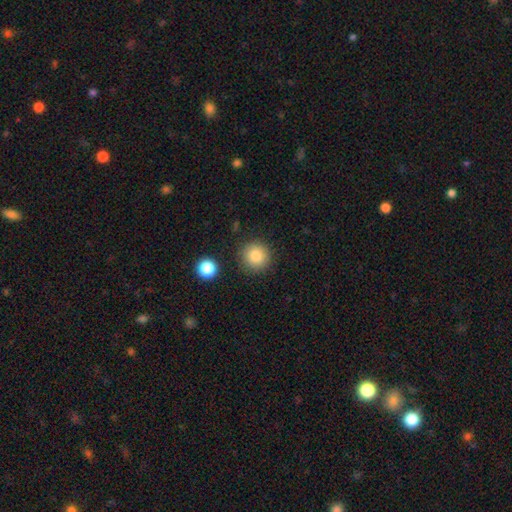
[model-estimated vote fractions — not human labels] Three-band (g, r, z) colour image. It shows a smooth galaxy with no disk features (84%) that is round (94%). Merging: none (87%).